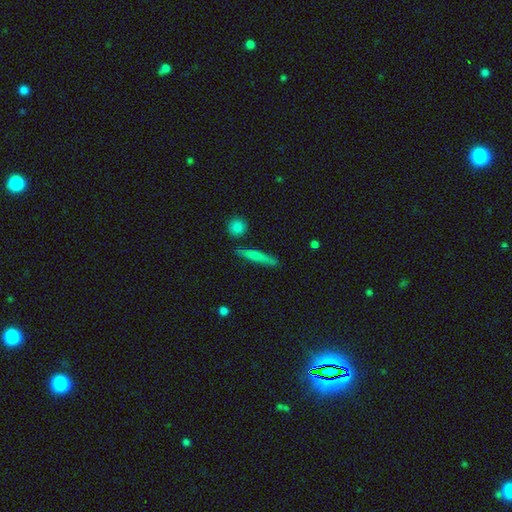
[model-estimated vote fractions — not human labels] smooth 66%, featured or disk 27%, star or artifact 7%. Down the decision tree: how rounded — cigar-shaped (91%); merging — none (82%).